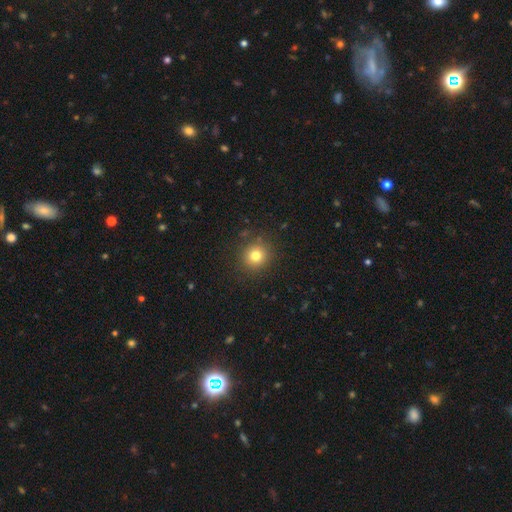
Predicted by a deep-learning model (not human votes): Smooth or featured? smooth (78%)
How rounded? round (91%)
Merging? none (88%)